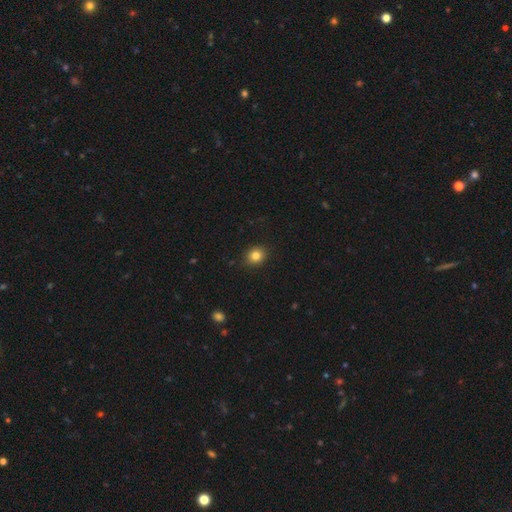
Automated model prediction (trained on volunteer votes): Q: Smooth or featured?
A: smooth (83%); runner-up: star or artifact (11%)
Q: How rounded?
A: round (71%); runner-up: in between (28%)
Q: Merging?
A: none (89%); runner-up: minor disturbance (8%)